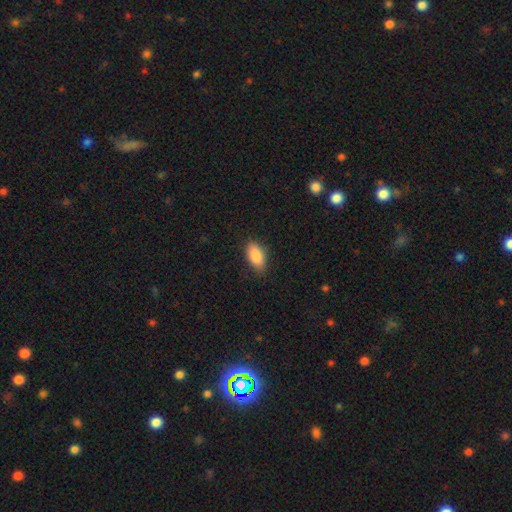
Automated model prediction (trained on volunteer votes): Q: Smooth or featured?
A: smooth (88%); runner-up: star or artifact (7%)
Q: How rounded?
A: in between (92%); runner-up: cigar-shaped (4%)
Q: Merging?
A: none (83%); runner-up: minor disturbance (13%)